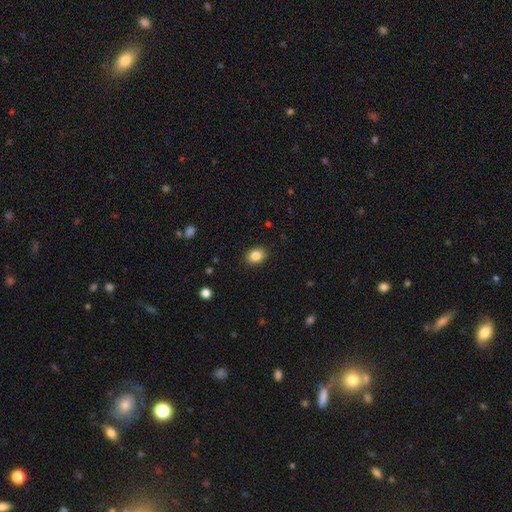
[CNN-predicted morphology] A smooth galaxy with no disk features (86%) that is in between round and cigar-shaped (59%).

Vote fractions:
- Smooth or featured? smooth: 86% / star or artifact: 9% / featured or disk: 5%
- How rounded? in between: 59% / round: 40% / cigar-shaped: 1%
- Merging? none: 89% / minor disturbance: 8% / major disturbance: 2% / merger: 1%